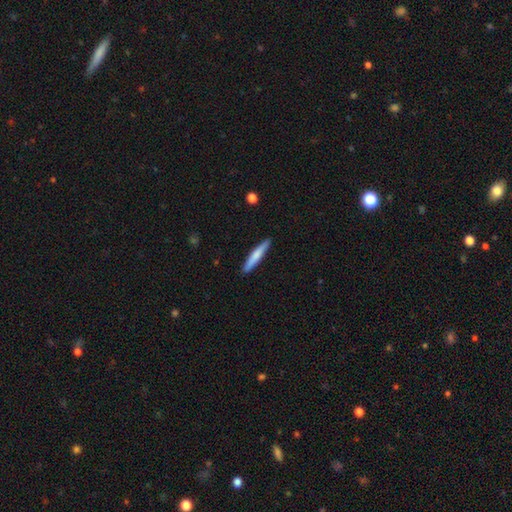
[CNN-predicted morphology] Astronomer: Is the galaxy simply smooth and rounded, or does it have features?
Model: smooth — 68%.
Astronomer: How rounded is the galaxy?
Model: cigar-shaped — 93%.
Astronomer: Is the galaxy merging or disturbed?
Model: none — 90%.